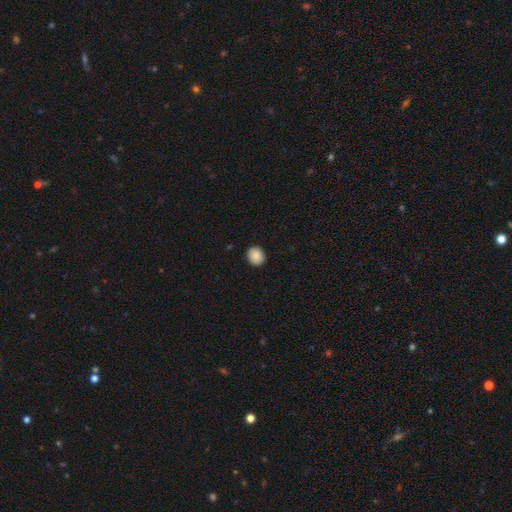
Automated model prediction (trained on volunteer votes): This is clearly a smooth galaxy (89%). How rounded: likely round (74%). Merging: clearly none (89%).